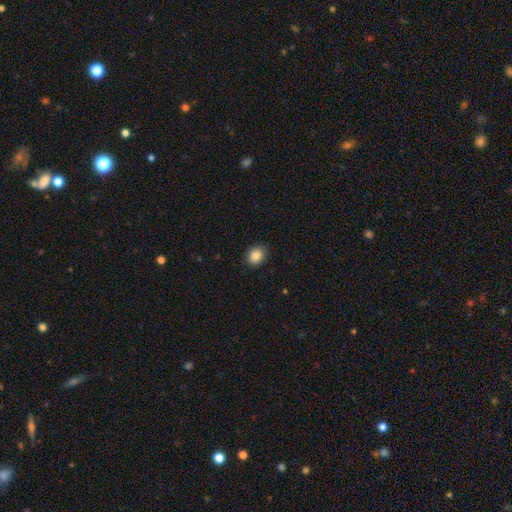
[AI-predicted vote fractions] Smooth or featured?
  - smooth: 86% *
  - star or artifact: 9%
  - featured or disk: 5%
How rounded?
  - round: 58% *
  - in between: 42%
  - cigar-shaped: 1%
Merging?
  - none: 89% *
  - minor disturbance: 8%
  - major disturbance: 2%
  - merger: 1%